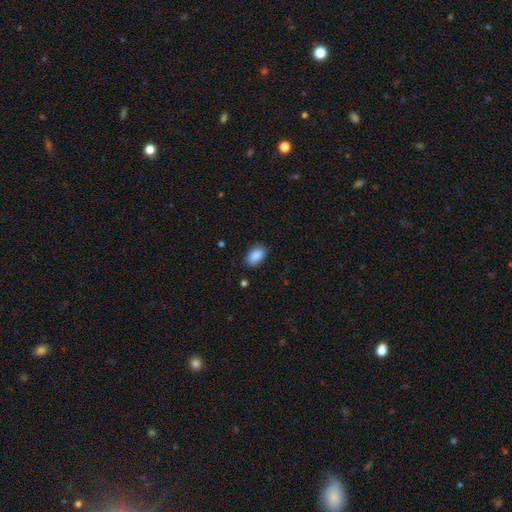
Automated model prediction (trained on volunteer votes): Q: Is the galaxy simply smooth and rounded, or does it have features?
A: smooth — 89%.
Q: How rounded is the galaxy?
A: in between — 91%.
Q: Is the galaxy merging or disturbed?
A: none — 85%.